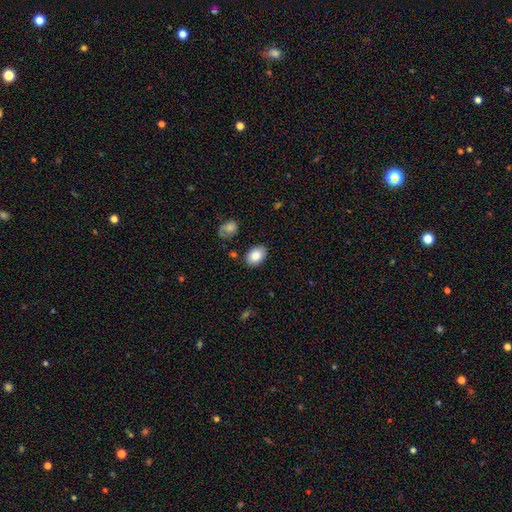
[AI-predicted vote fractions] A smooth galaxy with no disk features (84%) that is in between round and cigar-shaped (82%). Merging: none (84%).